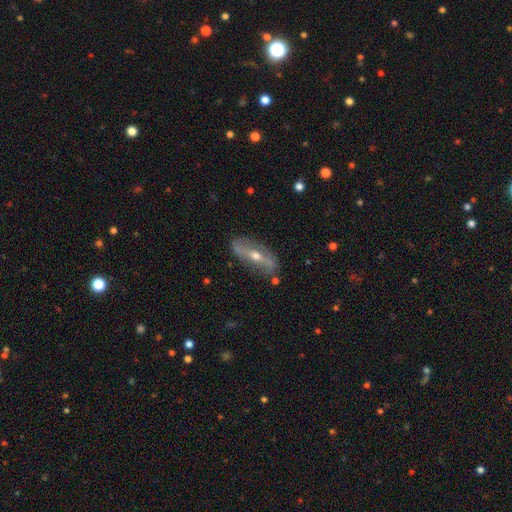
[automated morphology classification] Smooth or featured? Predicted: featured or disk (p=0.75). Edge-on disk? Predicted: no (p=0.66). Merging? Predicted: none (p=0.81).